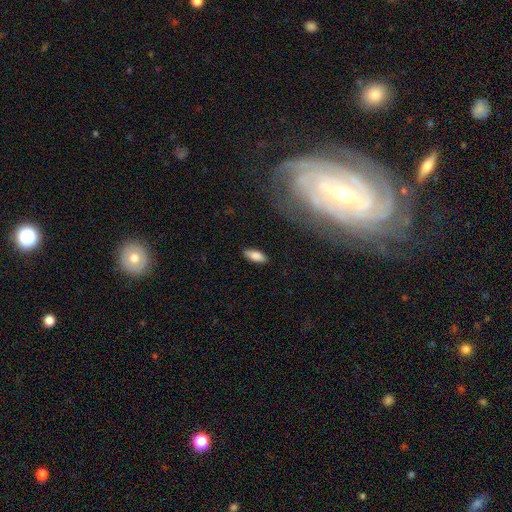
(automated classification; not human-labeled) Smooth or featured?
  - smooth: 85% *
  - featured or disk: 9%
  - star or artifact: 7%
How rounded?
  - in between: 78% *
  - cigar-shaped: 20%
  - round: 2%
Merging?
  - none: 87% *
  - minor disturbance: 10%
  - major disturbance: 2%
  - merger: 1%